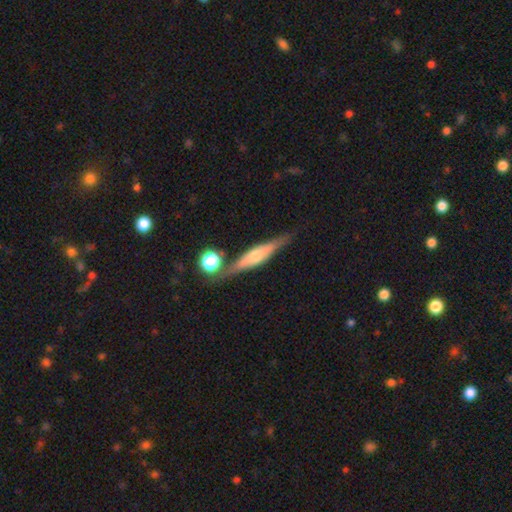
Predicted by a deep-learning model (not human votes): A featured or disk galaxy (65%) viewed edge-on (94%) with a rounded central bulge (79%).

Vote fractions:
- Smooth or featured? featured or disk: 65% / smooth: 28% / star or artifact: 8%
- Edge-on disk? yes: 94% / no: 6%
- Edge-on bulge? rounded: 79% / boxy: 14% / none: 6%
- Merging? none: 77% / minor disturbance: 12% / merger: 8% / major disturbance: 3%